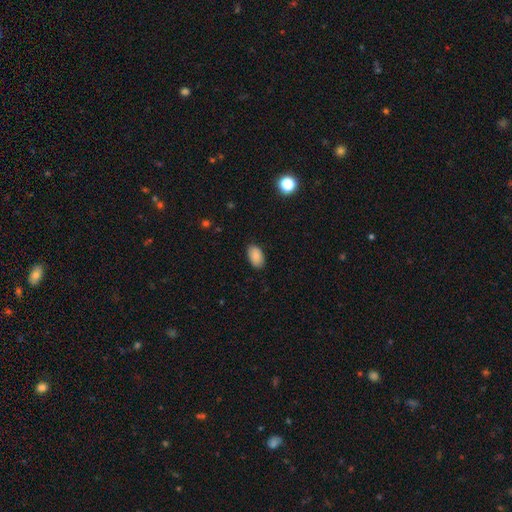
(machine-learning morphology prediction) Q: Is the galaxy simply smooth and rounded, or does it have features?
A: smooth — 84%.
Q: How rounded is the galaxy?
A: in between — 93%.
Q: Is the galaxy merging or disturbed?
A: none — 84%.